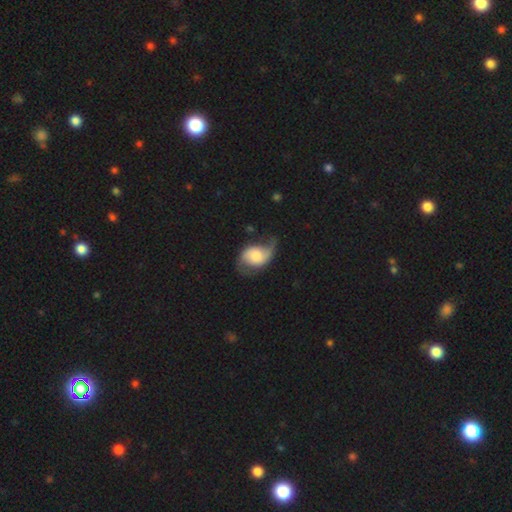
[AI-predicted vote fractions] Smooth or featured? featured or disk (64%)
Edge-on disk? no (97%)
Bar? no (69%)
Spiral arms? yes (89%)
Spiral winding? loose (58%)
Spiral arm count? 2 (82%)
Bulge size? moderate (38%)
Merging? none (48%)